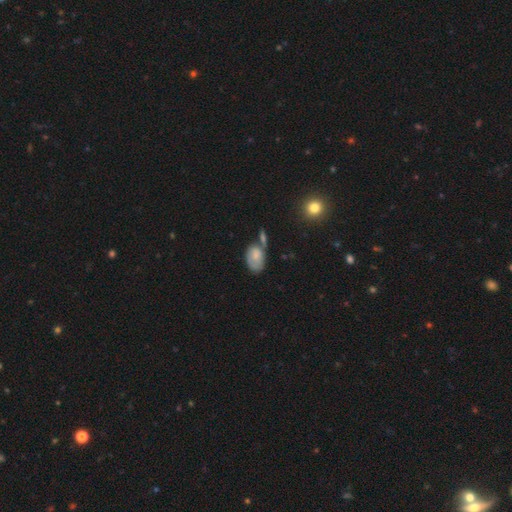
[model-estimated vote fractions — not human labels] Q: Smooth or featured?
A: smooth (70%); runner-up: featured or disk (21%)
Q: How rounded?
A: in between (89%); runner-up: round (9%)
Q: Merging?
A: none (40%); runner-up: merger (27%)